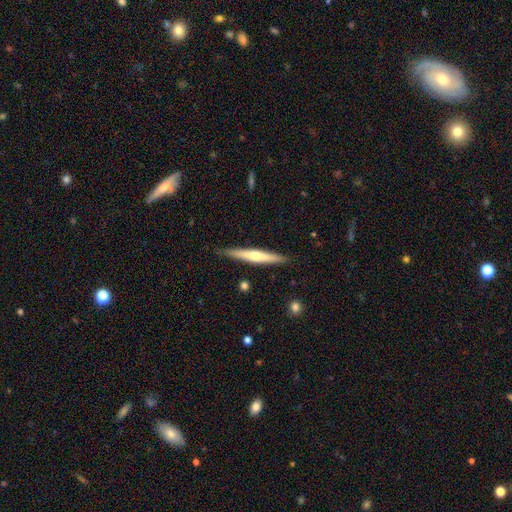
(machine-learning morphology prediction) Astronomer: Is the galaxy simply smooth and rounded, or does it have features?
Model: featured or disk — 54% (runner-up: smooth, 40%).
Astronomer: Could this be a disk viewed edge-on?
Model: yes — 96%.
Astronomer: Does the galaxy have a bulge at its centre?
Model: rounded — 78%.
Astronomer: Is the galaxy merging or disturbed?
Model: none — 87%.